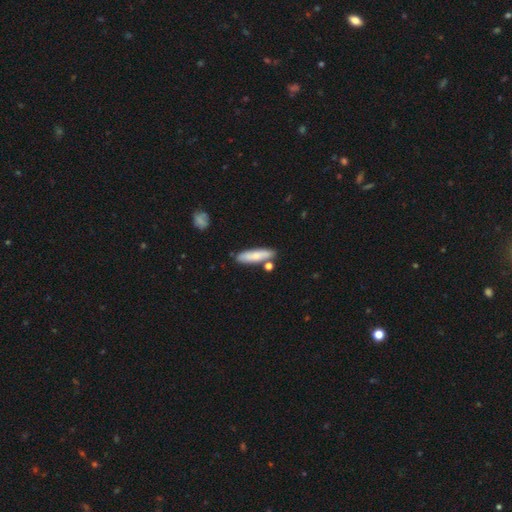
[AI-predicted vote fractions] Morphology: type=smooth (72%); roundness=cigar-shaped (73%); merging=none (76%).